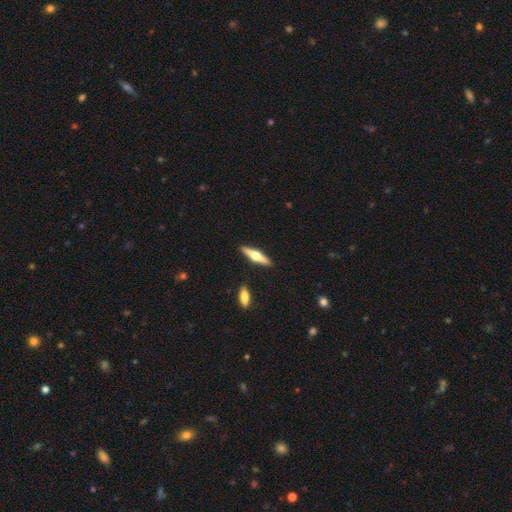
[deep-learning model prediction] Morphology: type=featured or disk (67%); edge-on=yes (97%); edge-on bulge=rounded (95%); merging=none (90%).